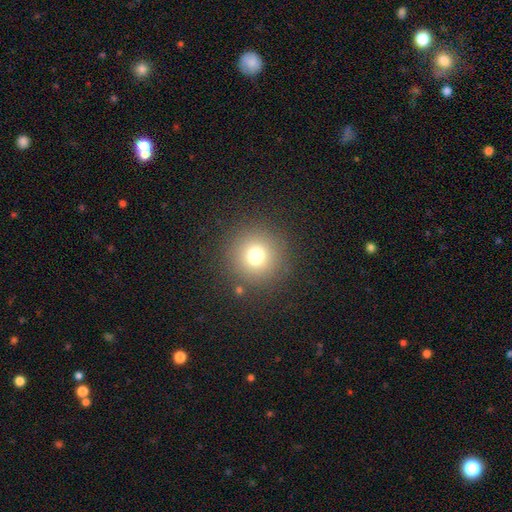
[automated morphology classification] type=smooth (73%); roundness=round (95%); merging=none (88%).